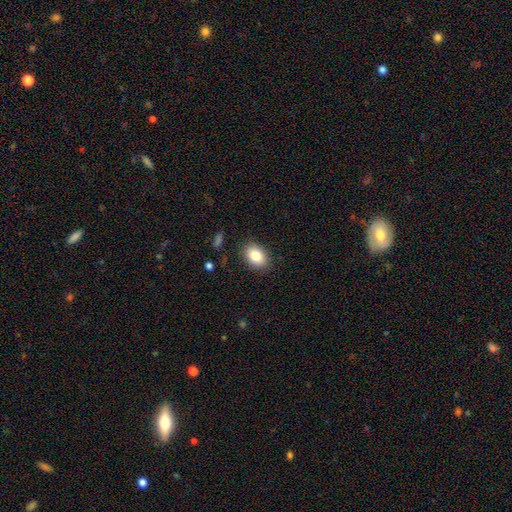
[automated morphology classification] type=smooth (84%); roundness=in between (77%); merging=none (87%).